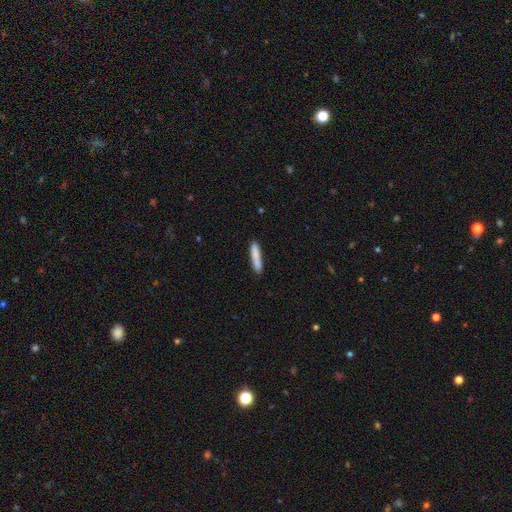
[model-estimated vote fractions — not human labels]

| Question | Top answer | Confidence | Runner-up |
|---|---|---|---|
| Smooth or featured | smooth | 83% | featured or disk (12%) |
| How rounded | cigar-shaped | 89% | in between (10%) |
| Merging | none | 84% | minor disturbance (11%) |